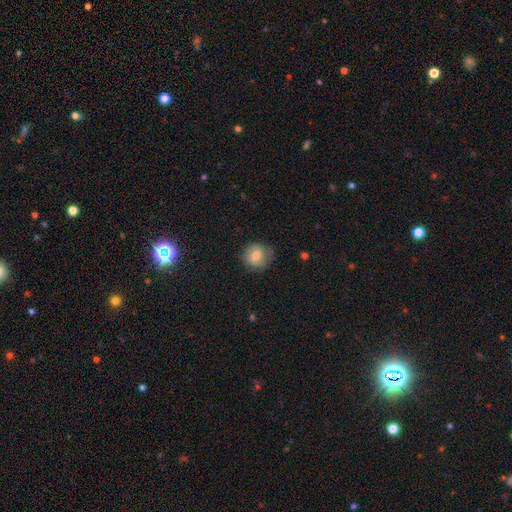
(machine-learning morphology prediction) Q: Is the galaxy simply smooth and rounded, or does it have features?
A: smooth — 69%.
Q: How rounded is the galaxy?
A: round — 83%.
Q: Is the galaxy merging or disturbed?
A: none — 71%.